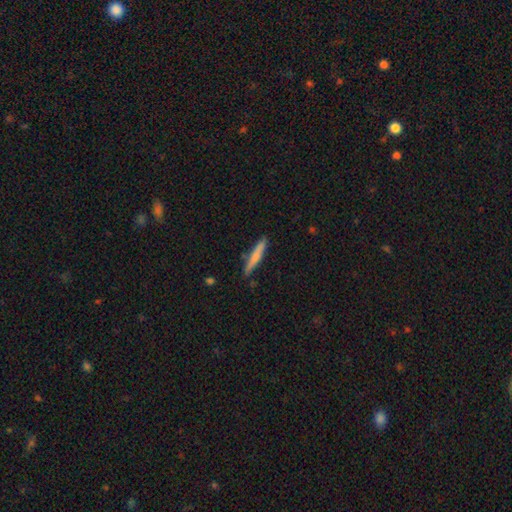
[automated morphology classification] The model was most divided on "smooth or featured": smooth: 67%, featured or disk: 28%, star or artifact: 6%. More confident: how rounded — cigar-shaped (94%); merging — none (86%).